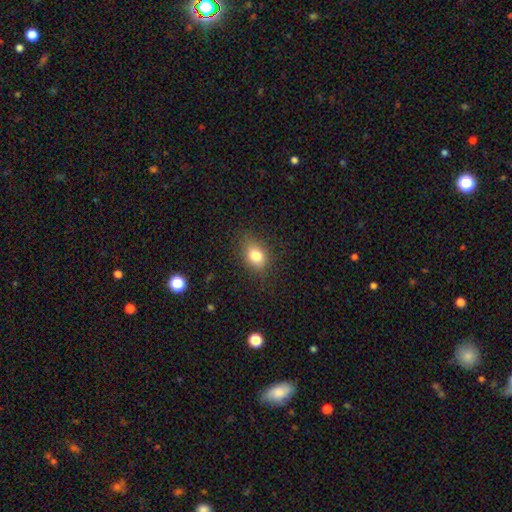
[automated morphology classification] The model was most divided on "how rounded": in between: 65%, round: 33%, cigar-shaped: 2%. More confident: merging — none (81%); smooth or featured — smooth (79%).